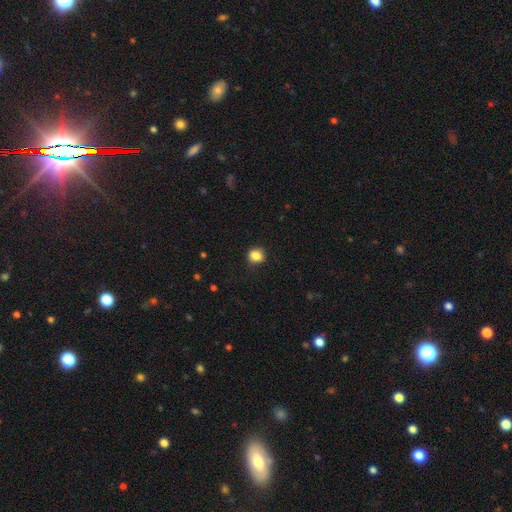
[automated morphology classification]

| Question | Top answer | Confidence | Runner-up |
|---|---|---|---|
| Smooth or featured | smooth | 85% | star or artifact (10%) |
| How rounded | round | 64% | in between (35%) |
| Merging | none | 82% | minor disturbance (14%) |